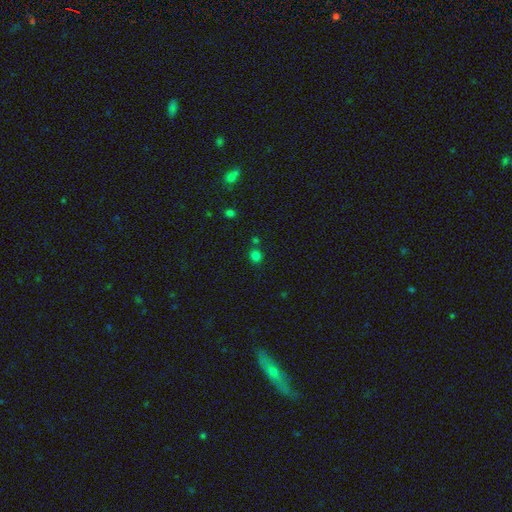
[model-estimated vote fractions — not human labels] Morphology: type=smooth (75%); roundness=round (82%); merging=none (73%).